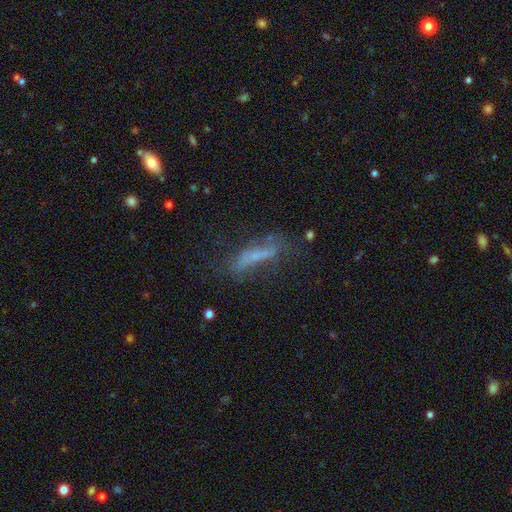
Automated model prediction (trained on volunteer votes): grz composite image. It shows a smooth galaxy with no disk features (44%). Merging: none (51%).